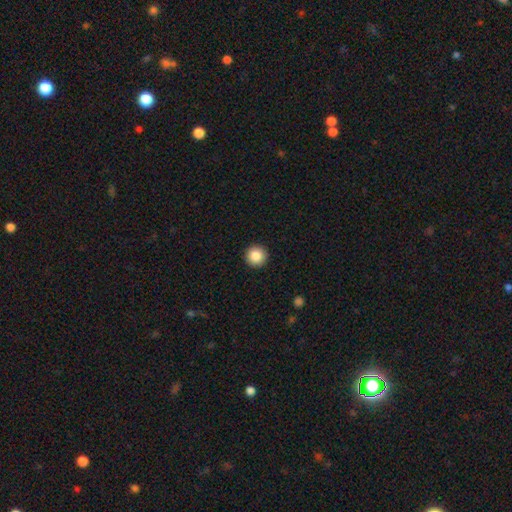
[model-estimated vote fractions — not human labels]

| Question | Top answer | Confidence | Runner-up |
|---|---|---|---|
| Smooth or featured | smooth | 86% | star or artifact (9%) |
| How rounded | round | 96% | in between (3%) |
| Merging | none | 93% | minor disturbance (4%) |